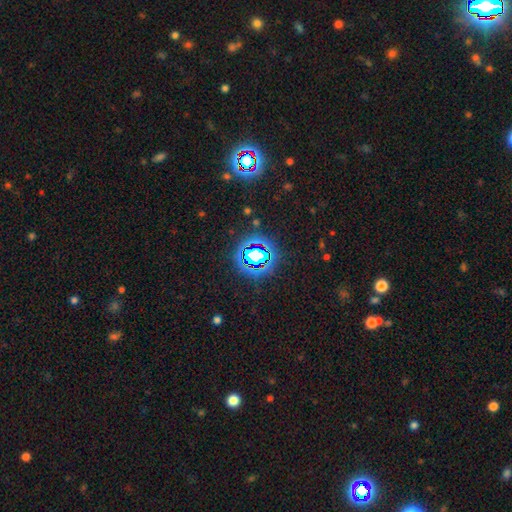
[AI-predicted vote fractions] This is likely a star or artifact rather than a galaxy (71%).